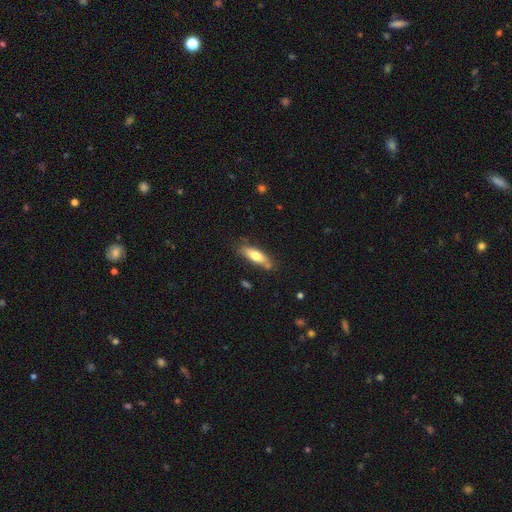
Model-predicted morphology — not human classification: The model was most divided on "how rounded": in between: 55%, cigar-shaped: 42%, round: 2%. More confident: merging — none (74%); smooth or featured — smooth (70%).